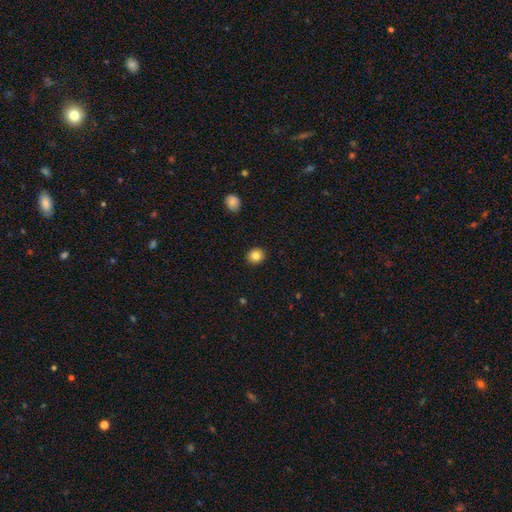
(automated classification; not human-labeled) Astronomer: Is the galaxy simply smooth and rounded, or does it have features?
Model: smooth — 83%.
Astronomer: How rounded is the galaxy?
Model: round — 79%.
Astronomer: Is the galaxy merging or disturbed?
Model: none — 91%.